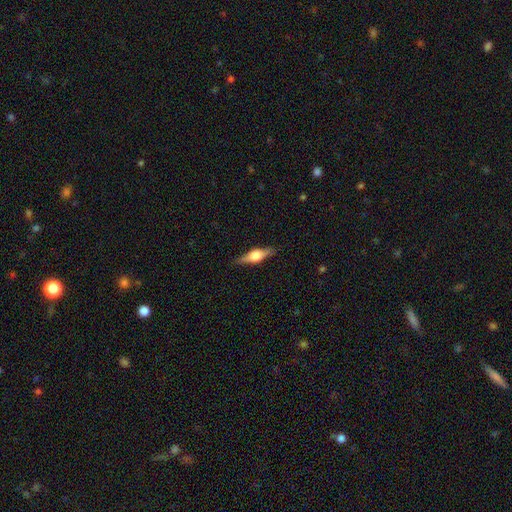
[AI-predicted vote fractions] This appears to be a featured or disk galaxy (64%) viewed edge-on (96%) with a rounded central bulge (91%). Merging: none (87%).